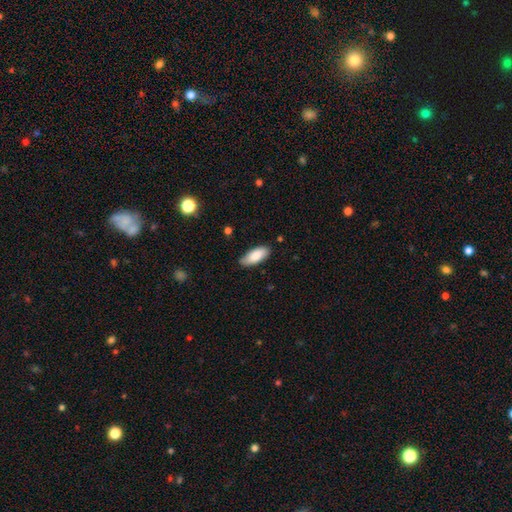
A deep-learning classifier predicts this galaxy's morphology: smooth-or-featured: smooth: 86% | featured or disk: 8% | star or artifact: 6%
  how-rounded: in between: 83% | cigar-shaped: 16% | round: 2%
  merging: none: 82% | minor disturbance: 14% | major disturbance: 2% | merger: 1%